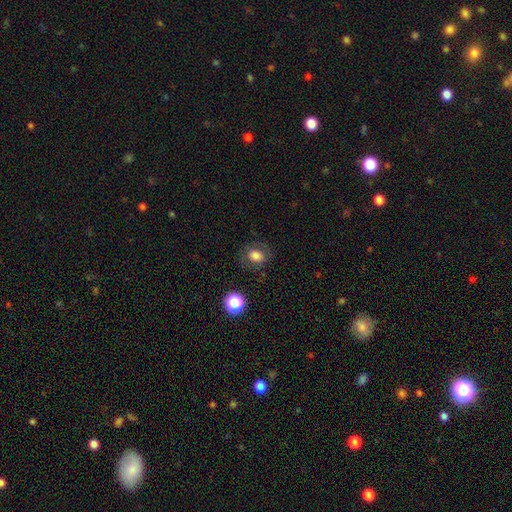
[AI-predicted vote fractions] Q: Smooth or featured?
A: smooth (74%); runner-up: featured or disk (14%)
Q: How rounded?
A: round (52%); runner-up: in between (47%)
Q: Merging?
A: none (75%); runner-up: minor disturbance (15%)